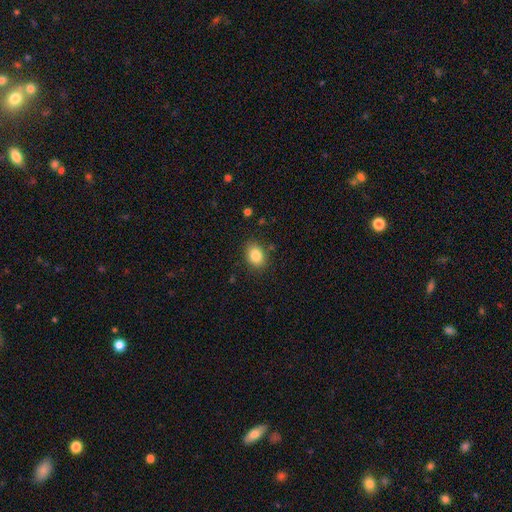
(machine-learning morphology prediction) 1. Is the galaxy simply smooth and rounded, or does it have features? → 85% smooth, 9% star or artifact, 6% featured or disk.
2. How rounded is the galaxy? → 66% in between, 33% round, 1% cigar-shaped.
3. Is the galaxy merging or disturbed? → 84% none, 11% minor disturbance, 3% major disturbance, 2% merger.